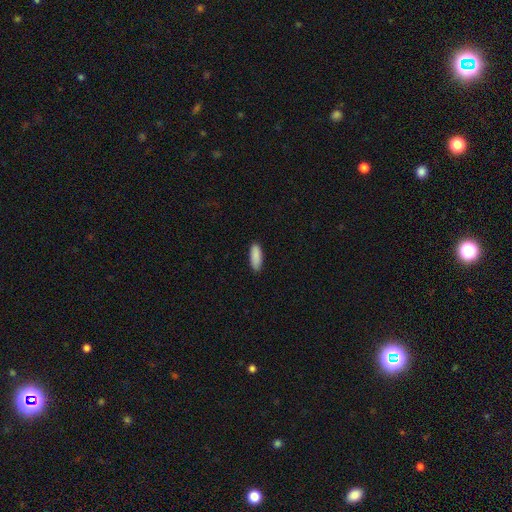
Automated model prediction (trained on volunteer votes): Morphology: type=smooth (90%); roundness=in between (63%); merging=none (87%).